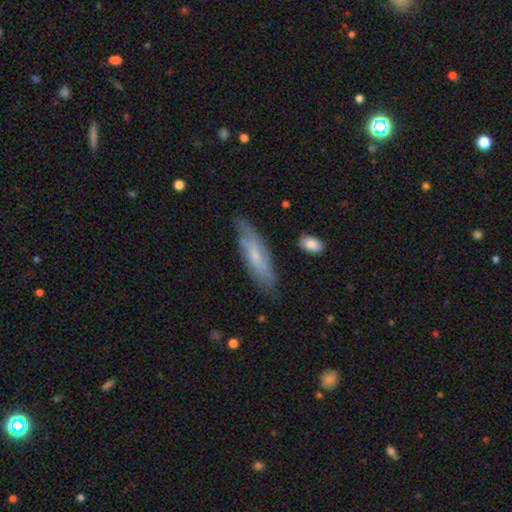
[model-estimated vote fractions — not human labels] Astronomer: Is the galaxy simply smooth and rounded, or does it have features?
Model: smooth — 49% (runner-up: featured or disk, 44%).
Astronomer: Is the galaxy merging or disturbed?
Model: none — 74%.